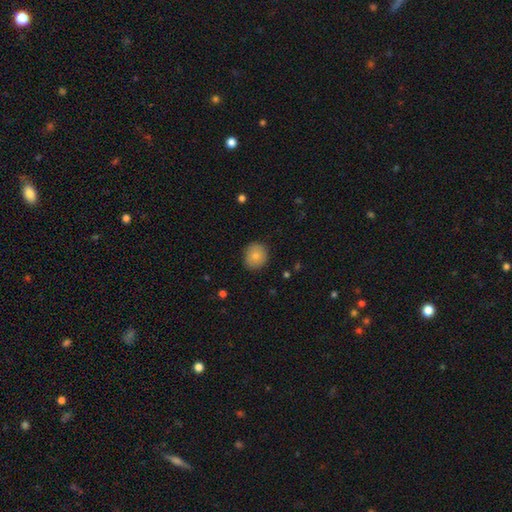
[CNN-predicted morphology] A smooth galaxy with no disk features (79%) that is round (80%).

Vote fractions:
- Smooth or featured? smooth: 79% / featured or disk: 13% / star or artifact: 8%
- How rounded? round: 80% / in between: 19% / cigar-shaped: 1%
- Merging? none: 87% / minor disturbance: 10% / major disturbance: 2% / merger: 1%